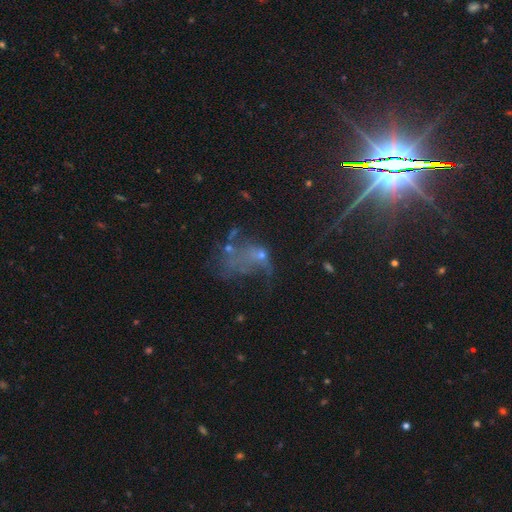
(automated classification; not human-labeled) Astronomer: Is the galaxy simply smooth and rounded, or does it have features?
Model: featured or disk — 45% (runner-up: star or artifact, 30%).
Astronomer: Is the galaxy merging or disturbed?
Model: major disturbance — 48% (runner-up: none, 26%).